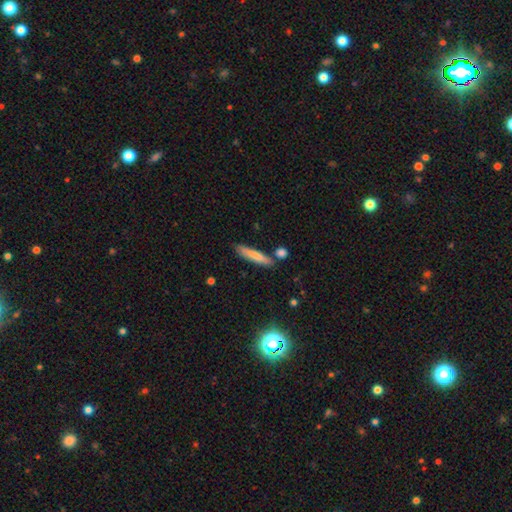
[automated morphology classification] This is likely a smooth galaxy (75%). How rounded: clearly cigar-shaped (88%). Merging: likely none (74%).